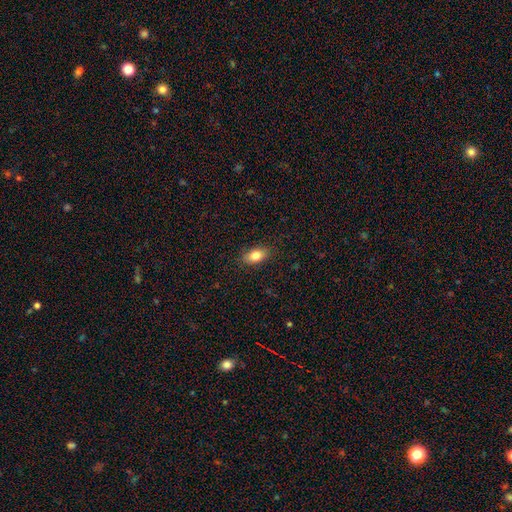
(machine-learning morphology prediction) This appears to be a smooth galaxy with no disk features (82%) that is in between round and cigar-shaped (88%). Merging: none (86%).